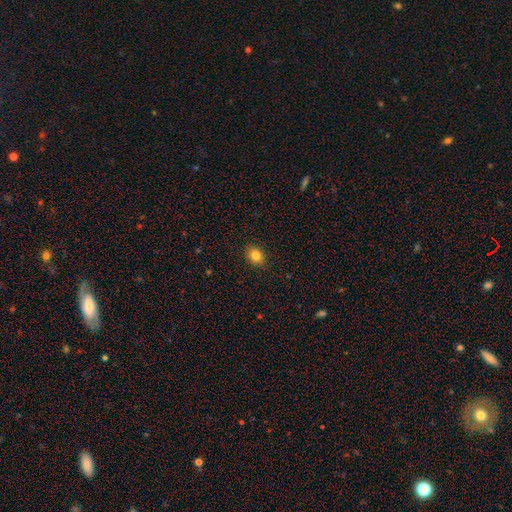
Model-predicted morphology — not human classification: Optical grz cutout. It shows a smooth galaxy with no disk features (83%) that is round (56%). Merging: none (90%).